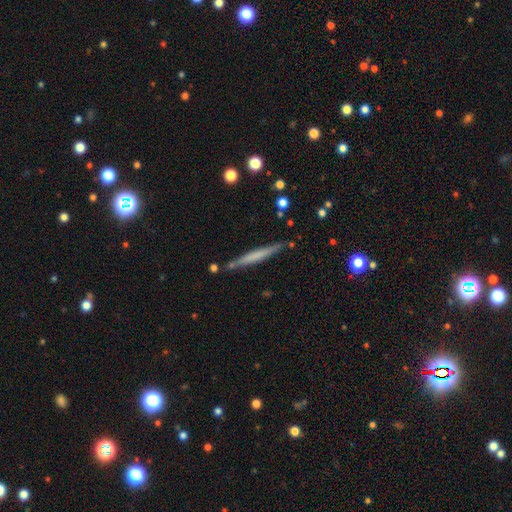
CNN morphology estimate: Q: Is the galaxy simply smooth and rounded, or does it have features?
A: smooth — 52%.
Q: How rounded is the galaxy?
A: cigar-shaped — 96%.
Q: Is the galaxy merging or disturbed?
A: none — 84%.